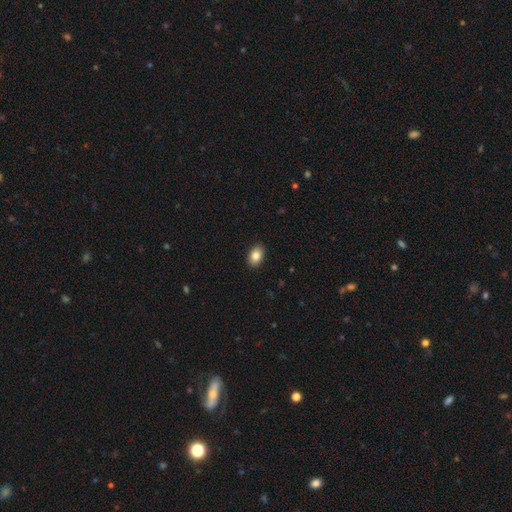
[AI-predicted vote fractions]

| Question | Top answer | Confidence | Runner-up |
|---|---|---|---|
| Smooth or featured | smooth | 85% | star or artifact (8%) |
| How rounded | in between | 86% | round (13%) |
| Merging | none | 90% | minor disturbance (7%) |